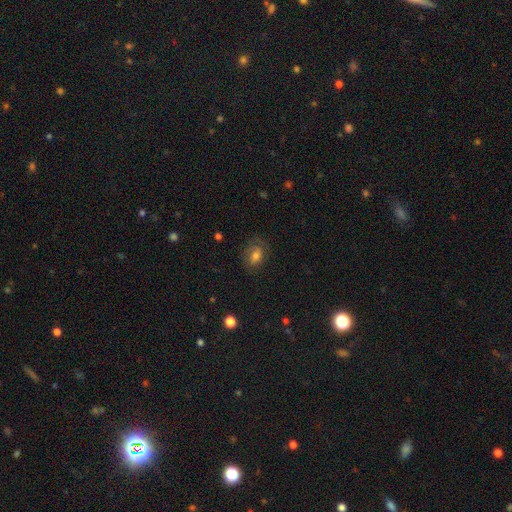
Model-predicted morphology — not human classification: smooth 56%, featured or disk 32%, star or artifact 12%. Down the decision tree: how rounded — in between (67%); merging — none (65%).